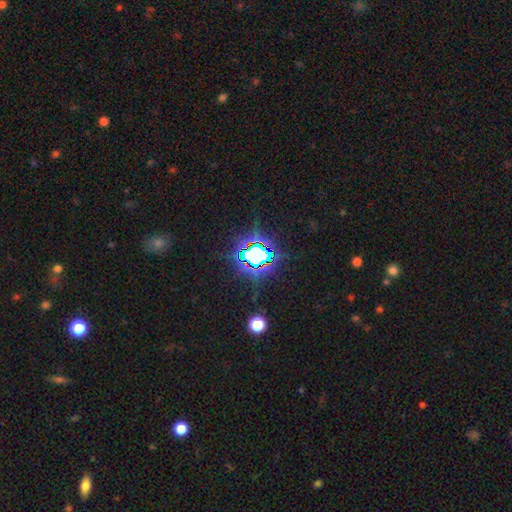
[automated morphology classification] Smooth or featured? Predicted: star or artifact (p=0.74).